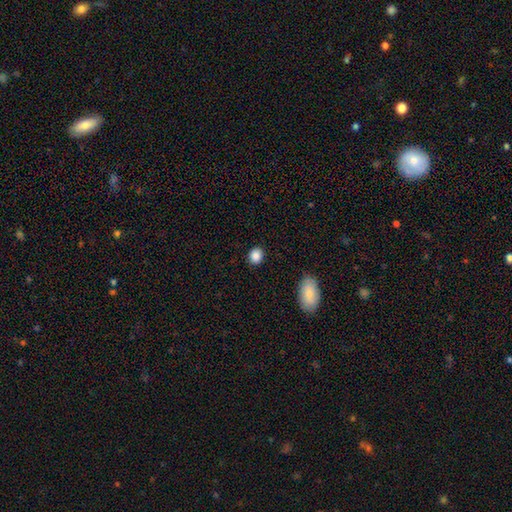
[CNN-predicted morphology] smooth-or-featured: smooth: 87% | star or artifact: 9% | featured or disk: 4%
  how-rounded: round: 66% | in between: 33% | cigar-shaped: 1%
  merging: none: 89% | minor disturbance: 8% | major disturbance: 2% | merger: 1%